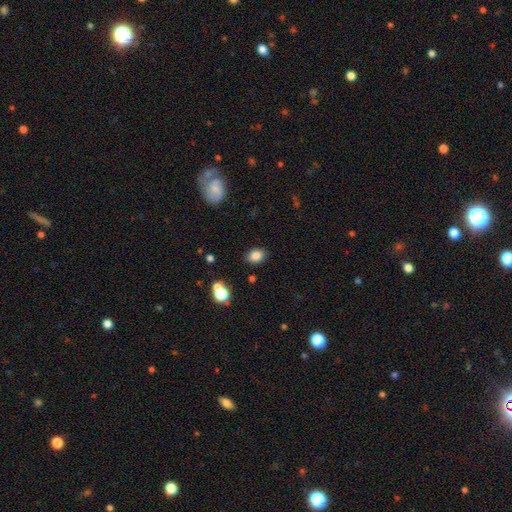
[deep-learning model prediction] This is clearly a smooth galaxy (83%). How rounded: likely in between (66%). Merging: clearly none (86%).